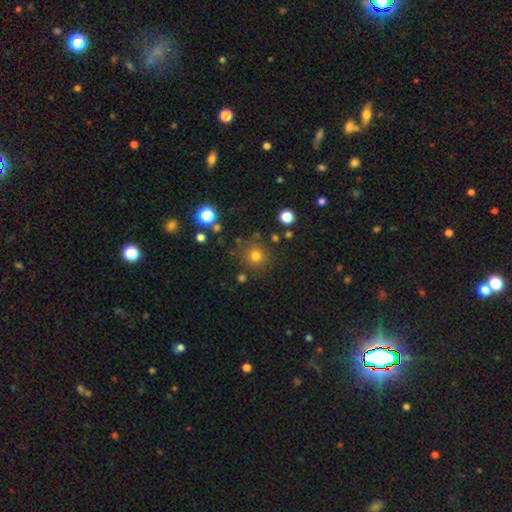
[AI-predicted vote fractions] Smooth or featured? smooth (77%)
How rounded? round (92%)
Merging? none (81%)